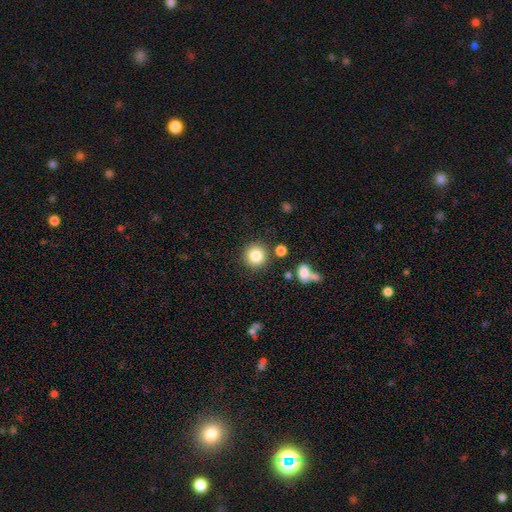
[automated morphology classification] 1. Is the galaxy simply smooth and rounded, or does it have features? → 83% smooth, 10% star or artifact, 7% featured or disk.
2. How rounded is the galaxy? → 93% round, 6% in between, 1% cigar-shaped.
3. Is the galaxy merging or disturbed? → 85% none, 7% minor disturbance, 5% merger, 3% major disturbance.